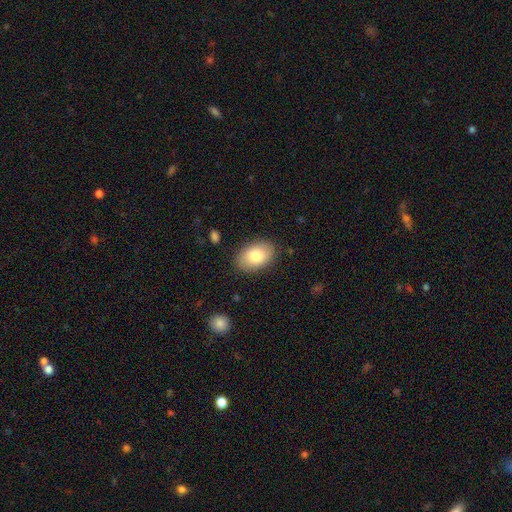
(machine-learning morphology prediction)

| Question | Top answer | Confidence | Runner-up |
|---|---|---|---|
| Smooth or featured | smooth | 81% | featured or disk (12%) |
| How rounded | in between | 88% | round (11%) |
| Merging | none | 86% | minor disturbance (10%) |